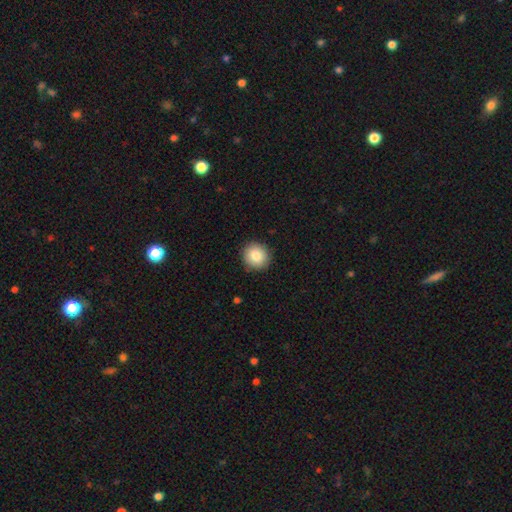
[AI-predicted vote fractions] Smooth or featured? Predicted: smooth (p=0.85). How rounded? Predicted: round (p=0.89). Merging? Predicted: none (p=0.91).